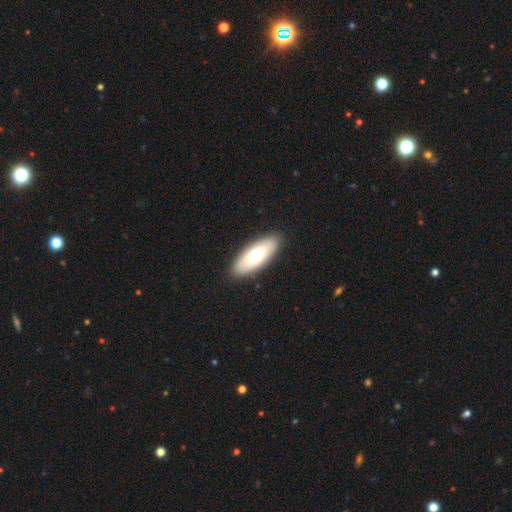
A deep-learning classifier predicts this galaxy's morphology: smooth_or_featured: smooth (p=0.69) [alt: featured or disk p=0.25]
how_rounded: in between (p=0.74) [alt: cigar-shaped p=0.24]
merging: none (p=0.89) [alt: minor disturbance p=0.08]